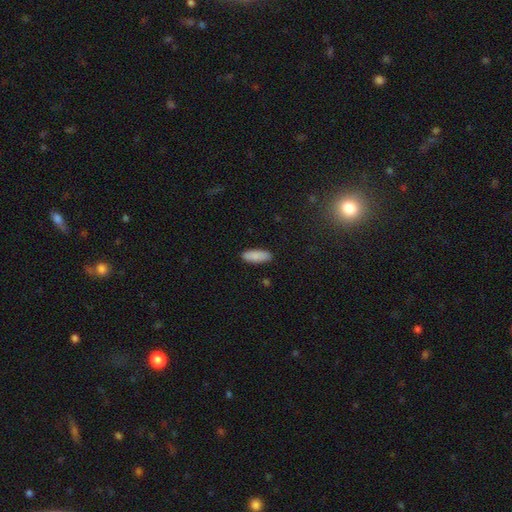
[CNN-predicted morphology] Q: Smooth or featured?
A: smooth (89%); runner-up: star or artifact (6%)
Q: How rounded?
A: in between (71%); runner-up: cigar-shaped (28%)
Q: Merging?
A: none (89%); runner-up: minor disturbance (8%)